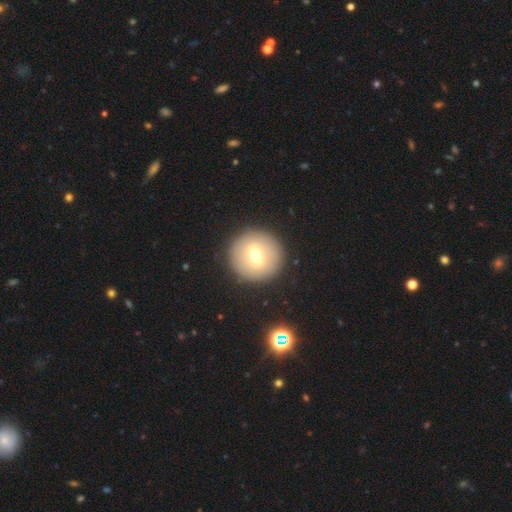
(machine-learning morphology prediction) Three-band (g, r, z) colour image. It shows a smooth galaxy with no disk features (54%) that is round (94%). Merging: none (89%).